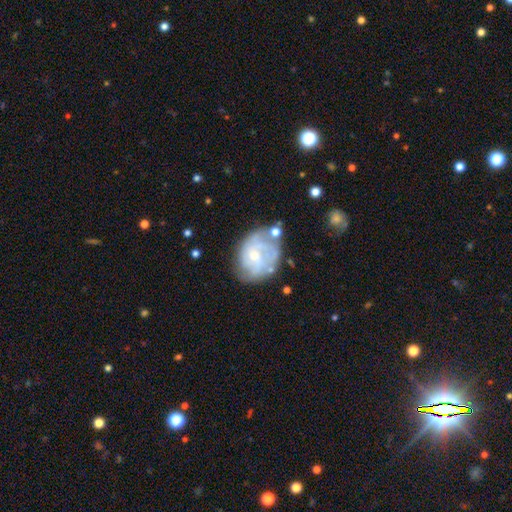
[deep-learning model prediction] Morphology: type=featured or disk (69%); edge-on=no (98%); bar=no (72%); spiral arms=yes (79%); winding=tight (51%); arm count=can't tell (44%); bulge=small (63%); merging=none (54%).